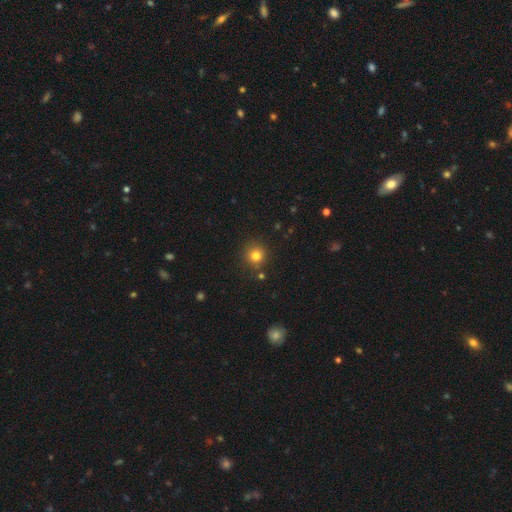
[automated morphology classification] Overall: smooth (80%). How rounded: round (92%). Merging: none (85%).